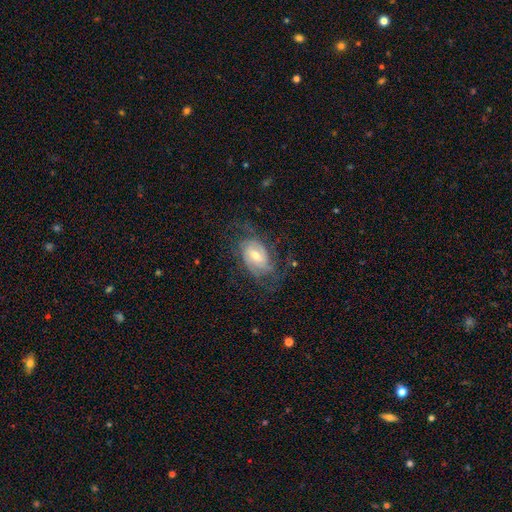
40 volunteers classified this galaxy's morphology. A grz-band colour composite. It shows a featured or disk galaxy (90%) with no bar (49%), medium (46%) spiral arms (100%) and a moderate central bulge (54%). Merging: none (66%).